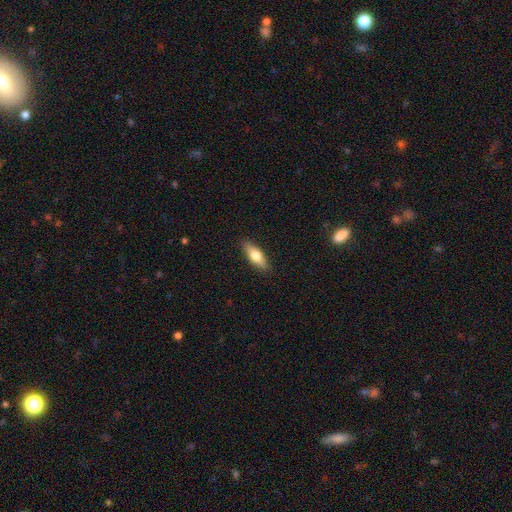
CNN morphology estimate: type=smooth (72%); roundness=in between (63%); merging=none (88%).